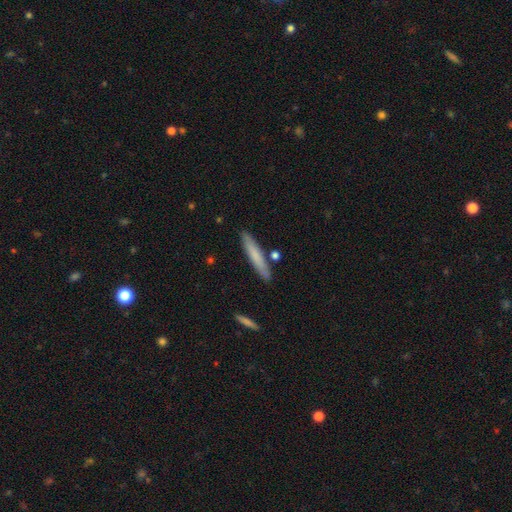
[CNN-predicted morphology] smooth_or_featured: smooth (p=0.71) [alt: featured or disk p=0.23]
how_rounded: cigar-shaped (p=0.91) [alt: in between p=0.08]
merging: none (p=0.84) [alt: minor disturbance p=0.10]